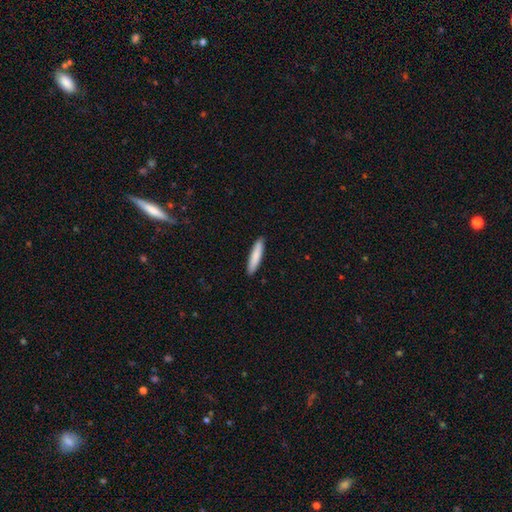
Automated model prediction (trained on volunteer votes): Smooth or featured? Predicted: smooth (p=0.85). How rounded? Predicted: cigar-shaped (p=0.88). Merging? Predicted: none (p=0.91).